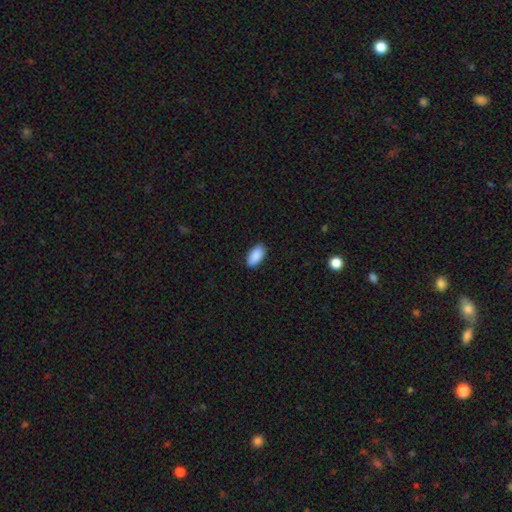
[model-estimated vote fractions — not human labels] Smooth or featured? smooth (90%)
How rounded? in between (94%)
Merging? none (88%)